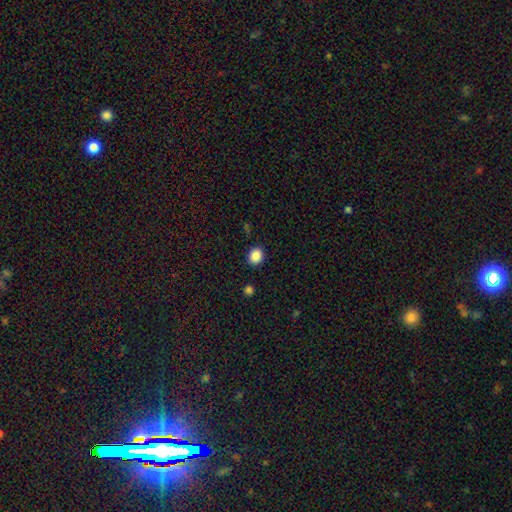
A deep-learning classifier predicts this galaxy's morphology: Smooth or featured?
  - smooth: 88% *
  - star or artifact: 10%
  - featured or disk: 3%
How rounded?
  - round: 66% *
  - in between: 33%
  - cigar-shaped: 1%
Merging?
  - none: 89% *
  - minor disturbance: 7%
  - major disturbance: 2%
  - merger: 2%